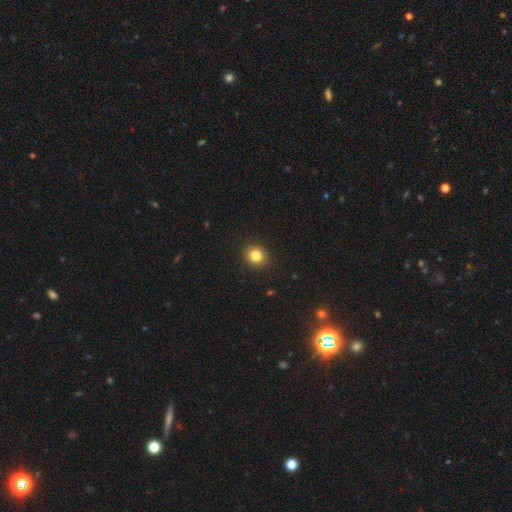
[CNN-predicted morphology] Q: Smooth or featured?
A: smooth (83%); runner-up: star or artifact (11%)
Q: How rounded?
A: round (82%); runner-up: in between (18%)
Q: Merging?
A: none (91%); runner-up: minor disturbance (6%)